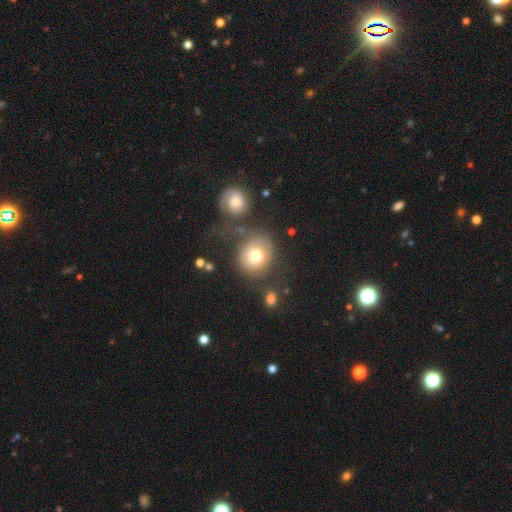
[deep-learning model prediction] A smooth galaxy with no disk features (68%) that is round (77%). Merging: none (59%).